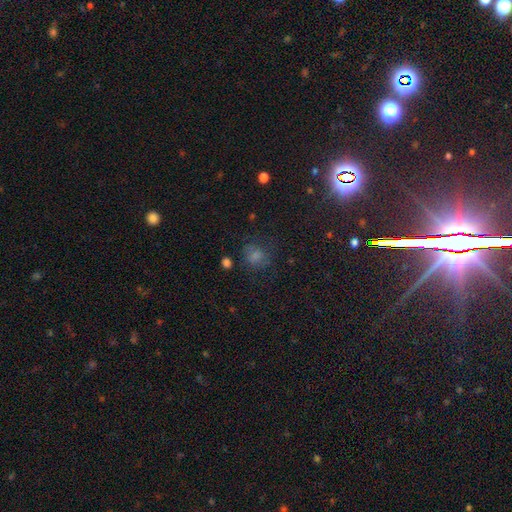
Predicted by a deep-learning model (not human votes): Morphology: type=smooth (69%); roundness=round (70%); merging=none (62%).